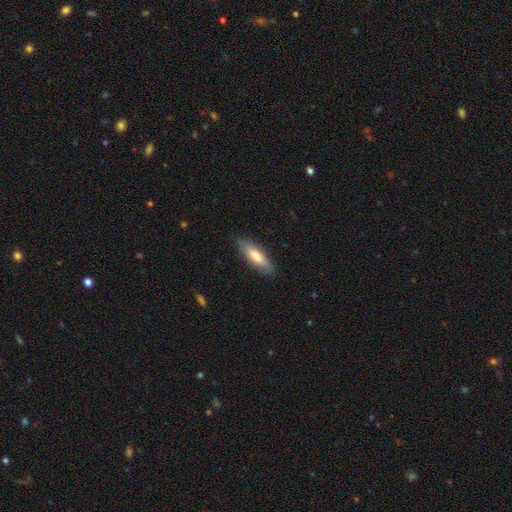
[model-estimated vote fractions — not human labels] smooth-or-featured: smooth: 75% | featured or disk: 20% | star or artifact: 5%
  how-rounded: cigar-shaped: 53% | in between: 45% | round: 2%
  merging: none: 87% | minor disturbance: 10% | major disturbance: 2% | merger: 1%